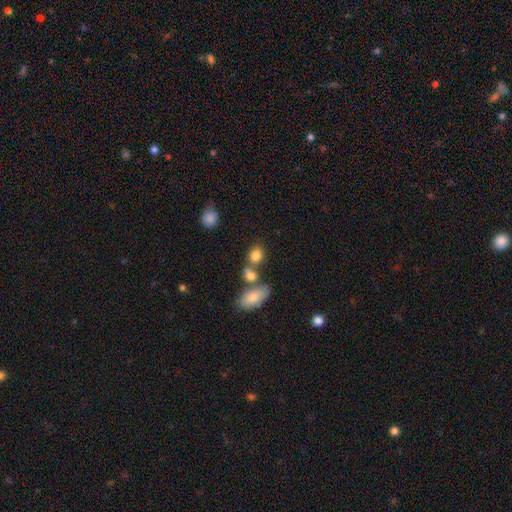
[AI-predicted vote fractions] smooth 82%, star or artifact 10%, featured or disk 8%. Down the decision tree: how rounded — round (55%); merging — none (53%).